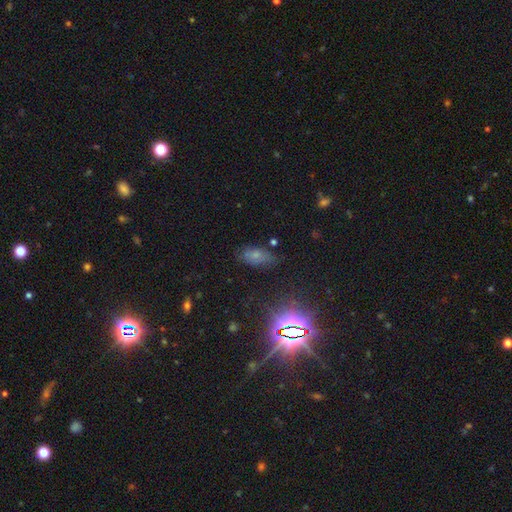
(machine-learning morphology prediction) This appears to be a smooth galaxy with no disk features (58%) that is in between round and cigar-shaped (87%). Merging: none (64%).